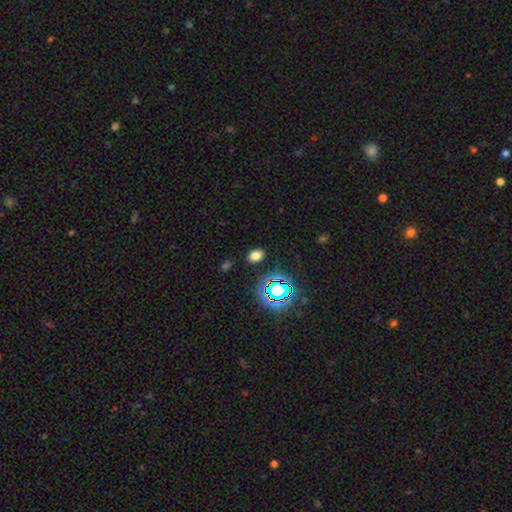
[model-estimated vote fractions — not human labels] This appears to be a smooth galaxy with no disk features (71%) that is in between round and cigar-shaped (83%). Merging: none (87%).